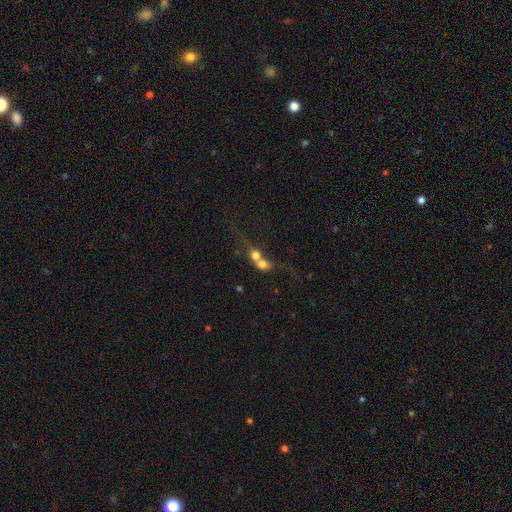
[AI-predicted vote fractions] A smooth galaxy with no disk features (62%) that is round (63%). Merging: merger (77%).